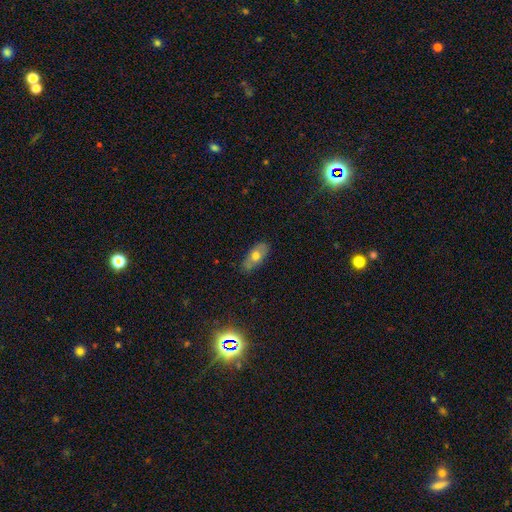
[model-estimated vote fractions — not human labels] Morphology: type=smooth (63%); roundness=in between (86%); merging=none (77%).